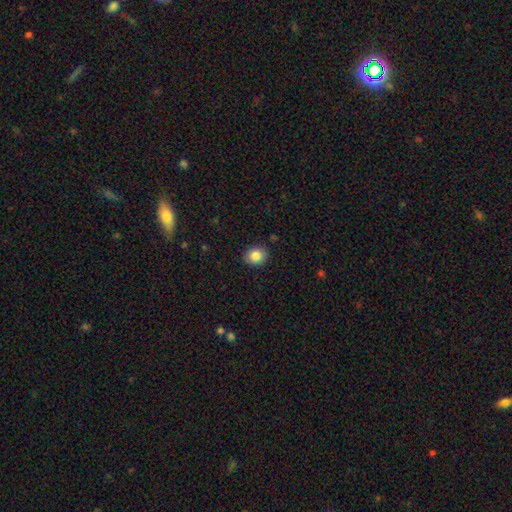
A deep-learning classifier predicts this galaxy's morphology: Overall: smooth (85%). How rounded: round (65%; in between 34%). Merging: none (89%).